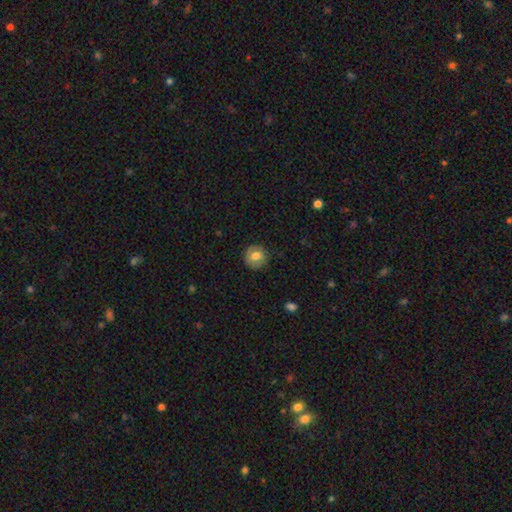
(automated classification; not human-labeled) Smooth or featured? Predicted: smooth (p=0.72). How rounded? Predicted: round (p=0.91). Merging? Predicted: none (p=0.86).